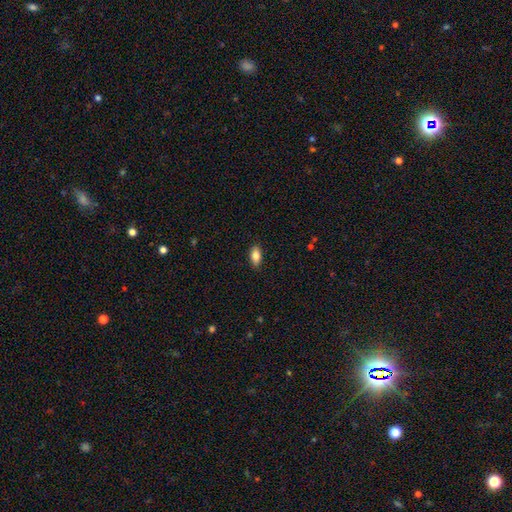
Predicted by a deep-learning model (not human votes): The model was most divided on "smooth or featured": smooth: 85%, featured or disk: 8%, star or artifact: 7%. More confident: how rounded — in between (91%); merging — none (89%).